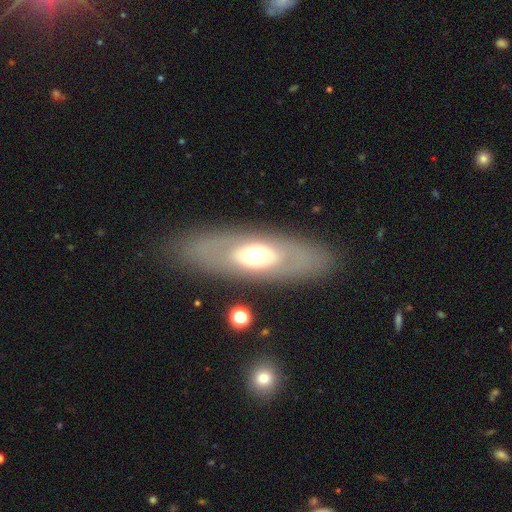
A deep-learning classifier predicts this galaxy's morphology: type=featured or disk (52%); edge-on=no (74%); merging=none (83%).